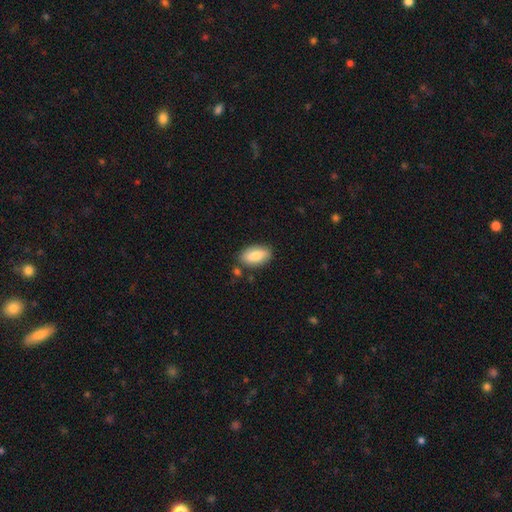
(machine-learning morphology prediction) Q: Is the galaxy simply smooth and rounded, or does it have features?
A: smooth — 81%.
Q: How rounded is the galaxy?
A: in between — 92%.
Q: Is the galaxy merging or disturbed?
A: none — 81%.